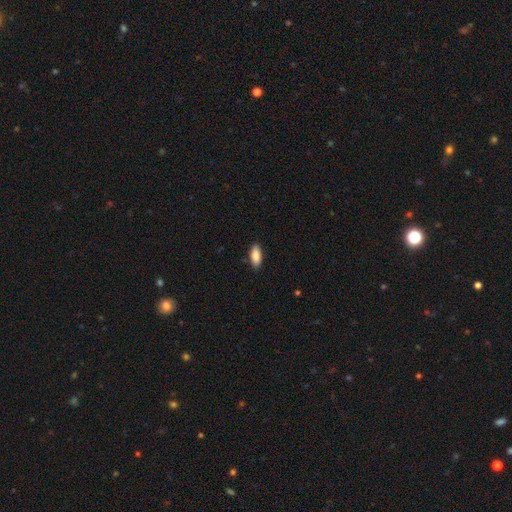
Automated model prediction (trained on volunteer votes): smooth_or_featured: smooth (p=0.88) [alt: star or artifact p=0.06]
how_rounded: in between (p=0.85) [alt: cigar-shaped p=0.13]
merging: none (p=0.88) [alt: minor disturbance p=0.09]